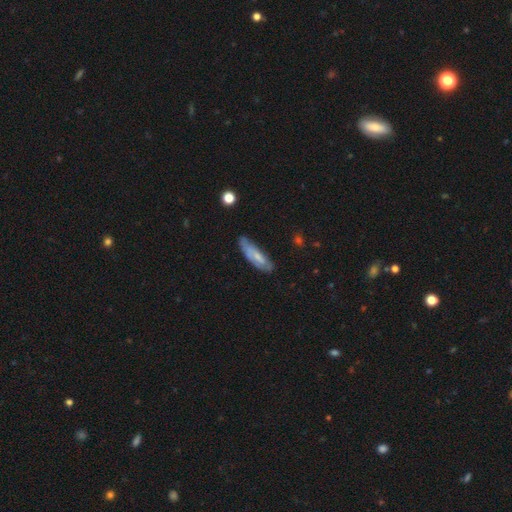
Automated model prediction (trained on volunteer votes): This is possibly a smooth galaxy (52%). How rounded: possibly cigar-shaped (55%). Merging: possibly none (58%).